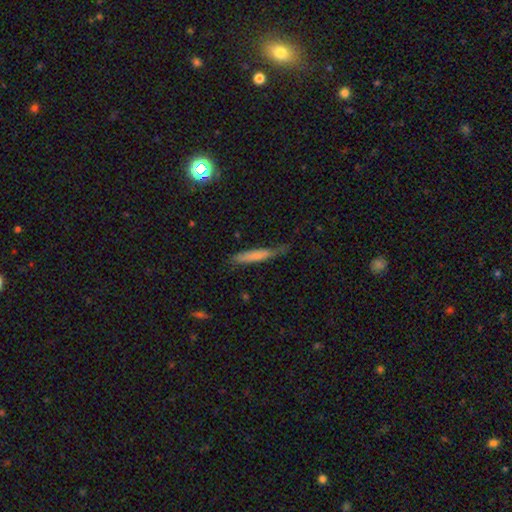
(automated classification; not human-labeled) Smooth or featured? smooth (71%)
How rounded? cigar-shaped (88%)
Merging? none (60%)